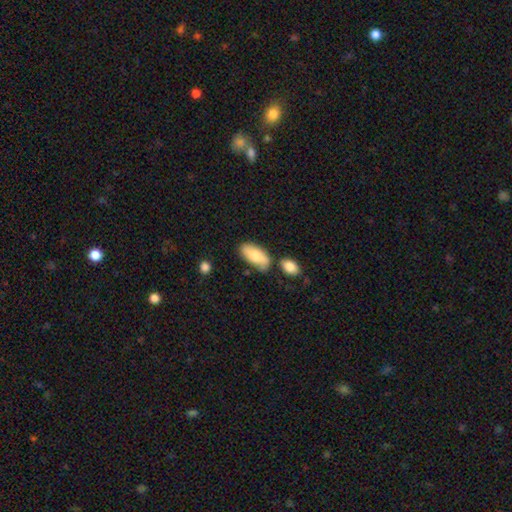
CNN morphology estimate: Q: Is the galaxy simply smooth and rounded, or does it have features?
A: smooth — 78%.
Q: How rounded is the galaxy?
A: in between — 90%.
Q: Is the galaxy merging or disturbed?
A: none — 63%.